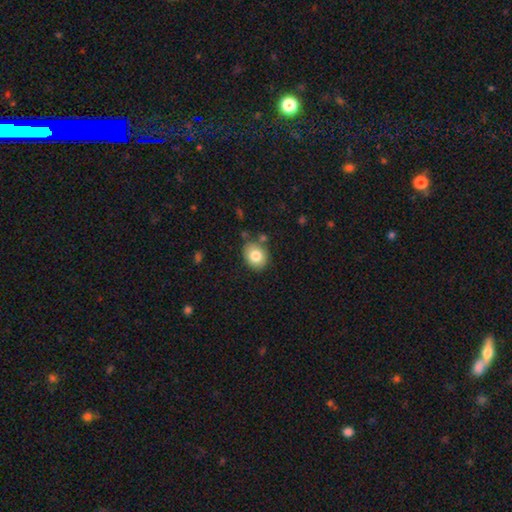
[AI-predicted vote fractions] Smooth or featured: smooth — 81% (featured or disk — 10%)
How rounded: in between — 50% (round — 49%)
Merging: none — 80% (minor disturbance — 13%)